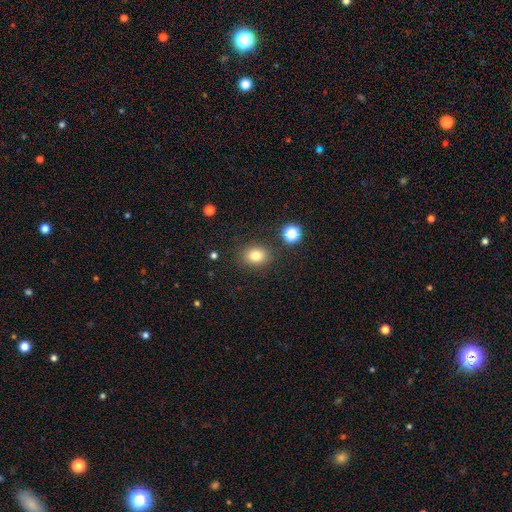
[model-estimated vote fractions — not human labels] Smooth or featured?
  - smooth: 80% *
  - star or artifact: 12%
  - featured or disk: 7%
How rounded?
  - round: 55% *
  - in between: 44%
  - cigar-shaped: 1%
Merging?
  - none: 85% *
  - minor disturbance: 9%
  - merger: 3%
  - major disturbance: 3%